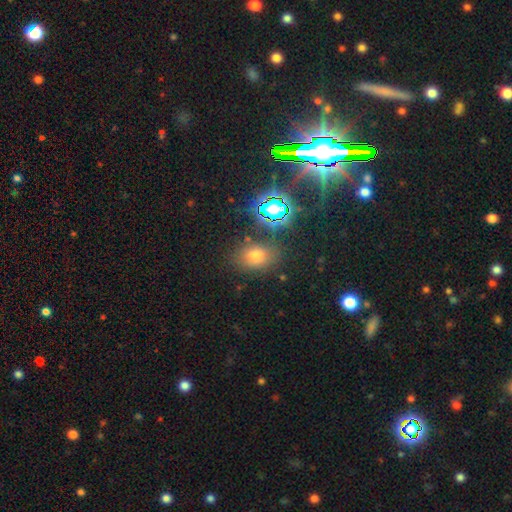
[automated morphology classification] Smooth or featured?
  - smooth: 67% *
  - star or artifact: 23%
  - featured or disk: 10%
How rounded?
  - in between: 71% *
  - round: 28%
  - cigar-shaped: 2%
Merging?
  - none: 77% *
  - minor disturbance: 13%
  - merger: 5%
  - major disturbance: 5%